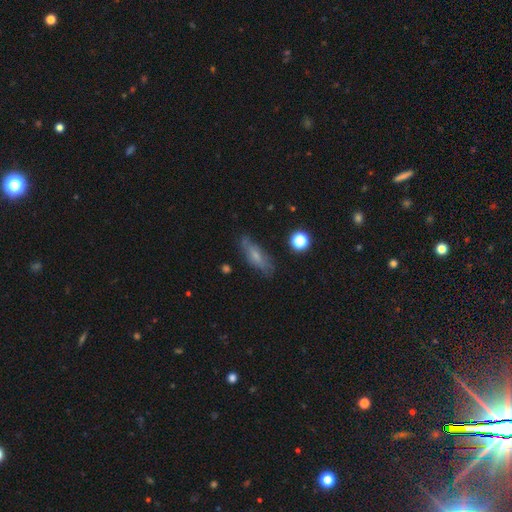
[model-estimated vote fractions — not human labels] This is possibly a smooth galaxy (52%). How rounded: possibly in between (56%). Merging: likely none (70%).